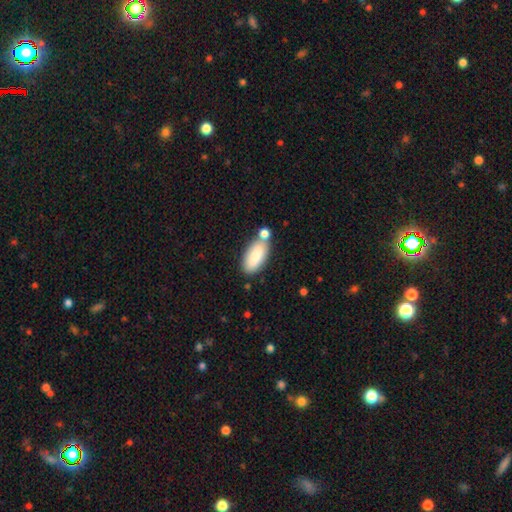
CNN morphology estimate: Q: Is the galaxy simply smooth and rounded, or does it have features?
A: smooth — 84%.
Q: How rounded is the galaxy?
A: in between — 89%.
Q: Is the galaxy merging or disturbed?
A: none — 58%.